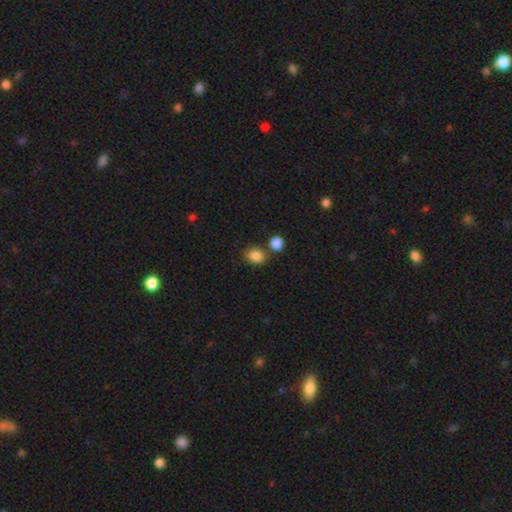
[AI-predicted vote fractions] Q: Smooth or featured?
A: smooth (86%); runner-up: star or artifact (9%)
Q: How rounded?
A: in between (57%); runner-up: round (42%)
Q: Merging?
A: none (65%); runner-up: merger (19%)